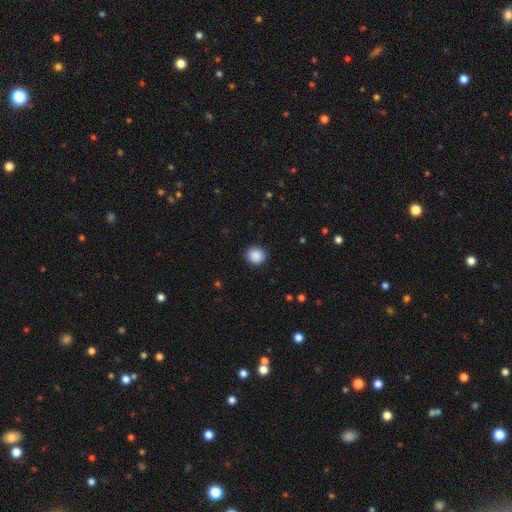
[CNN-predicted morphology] smooth 88%, star or artifact 9%, featured or disk 3%. Down the decision tree: how rounded — round (92%); merging — none (91%).